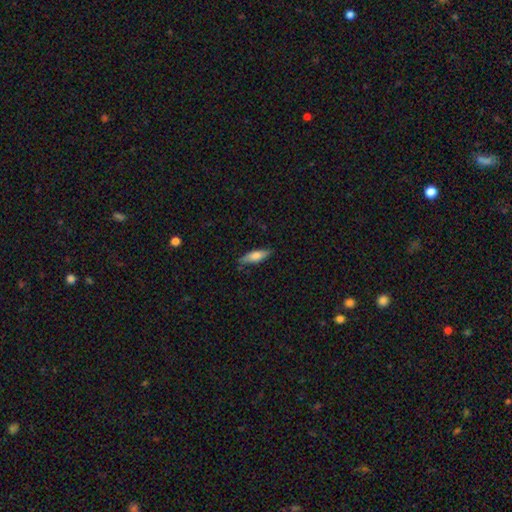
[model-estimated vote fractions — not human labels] Smooth or featured?
  - smooth: 73% *
  - featured or disk: 20%
  - star or artifact: 6%
How rounded?
  - in between: 50% *
  - cigar-shaped: 48%
  - round: 2%
Merging?
  - none: 79% *
  - minor disturbance: 16%
  - major disturbance: 3%
  - merger: 2%